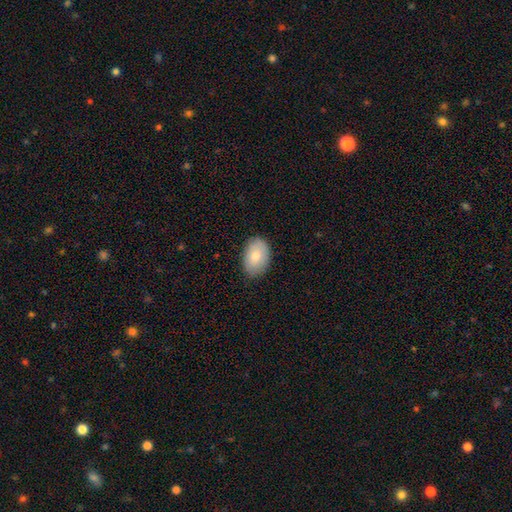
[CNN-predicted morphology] smooth-or-featured: smooth: 80% | featured or disk: 14% | star or artifact: 6%
  how-rounded: in between: 88% | round: 11% | cigar-shaped: 1%
  merging: none: 83% | minor disturbance: 13% | major disturbance: 3% | merger: 1%